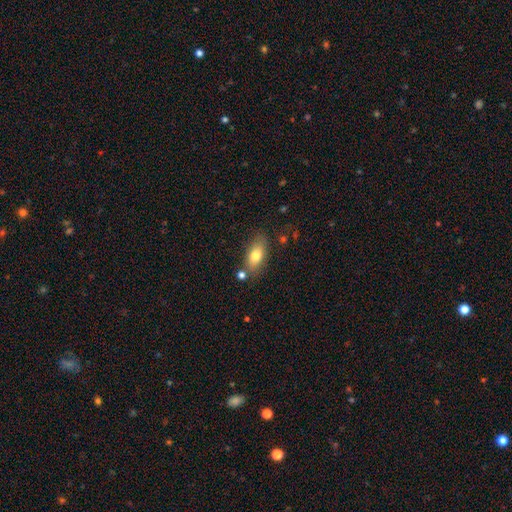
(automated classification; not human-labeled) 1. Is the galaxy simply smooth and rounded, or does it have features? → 76% smooth, 16% featured or disk, 8% star or artifact.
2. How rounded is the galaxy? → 85% in between, 9% cigar-shaped, 5% round.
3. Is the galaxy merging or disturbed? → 74% none, 15% minor disturbance, 7% merger, 4% major disturbance.